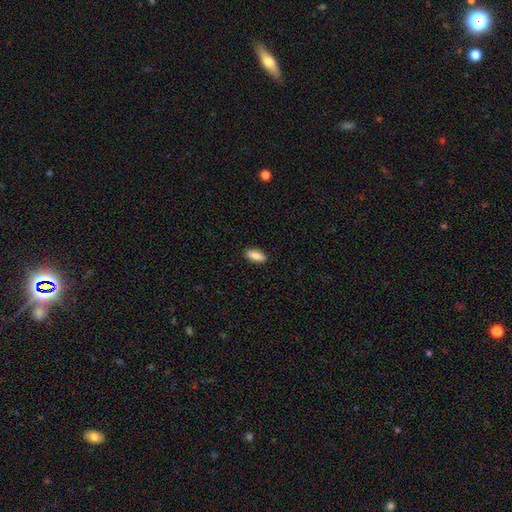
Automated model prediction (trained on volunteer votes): Overall: smooth (83%). How rounded: in between (83%). Merging: none (90%).